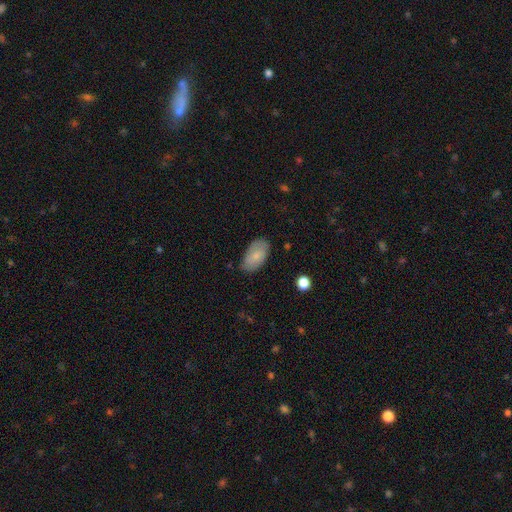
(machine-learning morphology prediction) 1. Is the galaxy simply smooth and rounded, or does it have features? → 66% smooth, 27% featured or disk, 7% star or artifact.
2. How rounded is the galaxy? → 94% in between, 4% round, 2% cigar-shaped.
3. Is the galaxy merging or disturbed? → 78% none, 17% minor disturbance, 3% major disturbance, 1% merger.